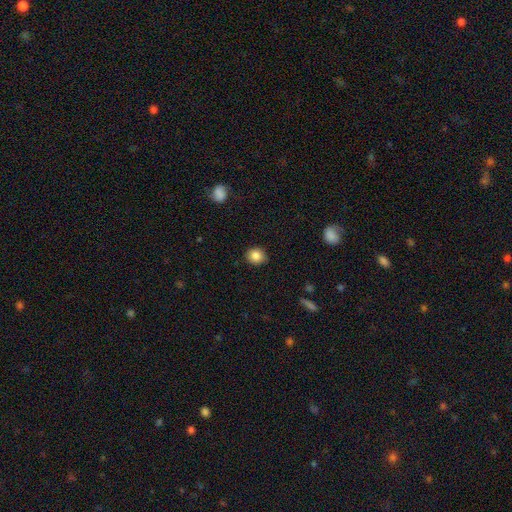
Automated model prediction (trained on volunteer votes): smooth_or_featured: smooth (p=0.85) [alt: star or artifact p=0.10]
how_rounded: round (p=0.81) [alt: in between p=0.18]
merging: none (p=0.89) [alt: minor disturbance p=0.08]